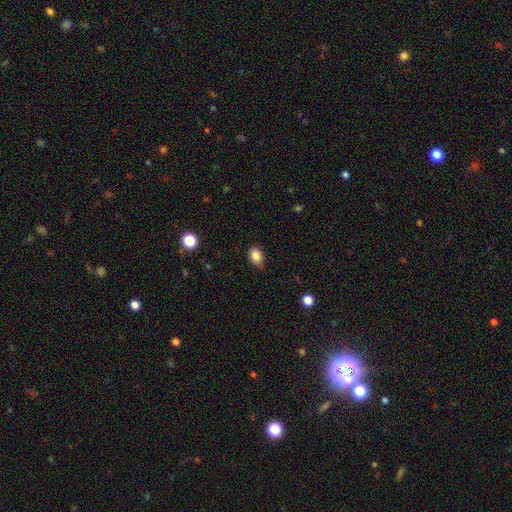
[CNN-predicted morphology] A smooth galaxy with no disk features (85%) that is in between round and cigar-shaped (61%). Merging: none (80%).